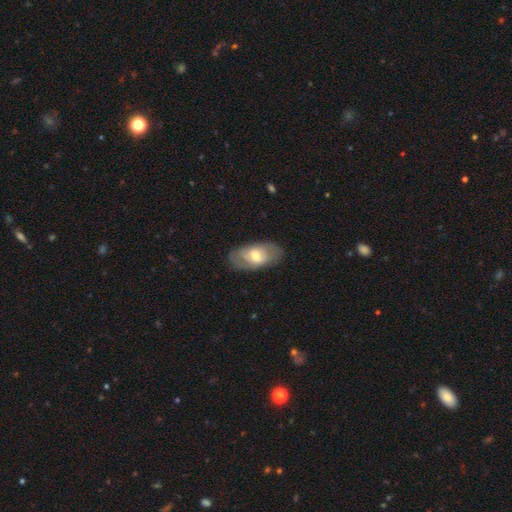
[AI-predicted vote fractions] Smooth or featured?
  - featured or disk: 51% *
  - smooth: 43%
  - star or artifact: 6%
Edge-on disk?
  - no: 89% *
  - yes: 11%
Merging?
  - none: 79% *
  - minor disturbance: 15%
  - major disturbance: 5%
  - merger: 1%